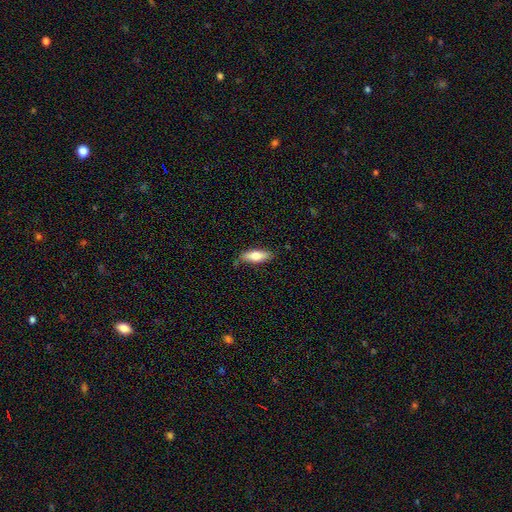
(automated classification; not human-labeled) Smooth or featured?
  - smooth: 73% *
  - featured or disk: 21%
  - star or artifact: 6%
How rounded?
  - in between: 62% *
  - cigar-shaped: 36%
  - round: 2%
Merging?
  - none: 76% *
  - minor disturbance: 18%
  - major disturbance: 3%
  - merger: 2%